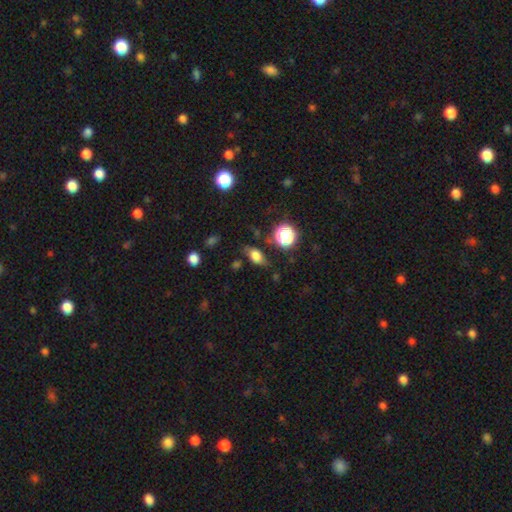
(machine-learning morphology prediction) A smooth galaxy with no disk features (73%) that is in between round and cigar-shaped (79%).

Vote fractions:
- Smooth or featured? smooth: 73% / featured or disk: 14% / star or artifact: 13%
- How rounded? in between: 79% / round: 17% / cigar-shaped: 5%
- Merging? none: 69% / minor disturbance: 21% / major disturbance: 7% / merger: 3%